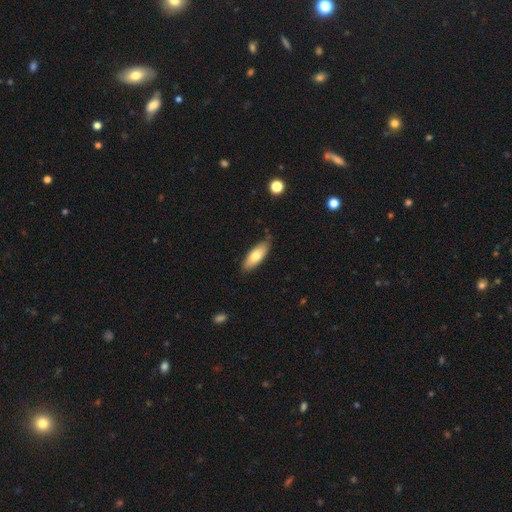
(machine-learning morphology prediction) smooth-or-featured: smooth: 73% | featured or disk: 20% | star or artifact: 6%
  how-rounded: in between: 71% | cigar-shaped: 27% | round: 2%
  merging: none: 76% | minor disturbance: 19% | major disturbance: 3% | merger: 2%